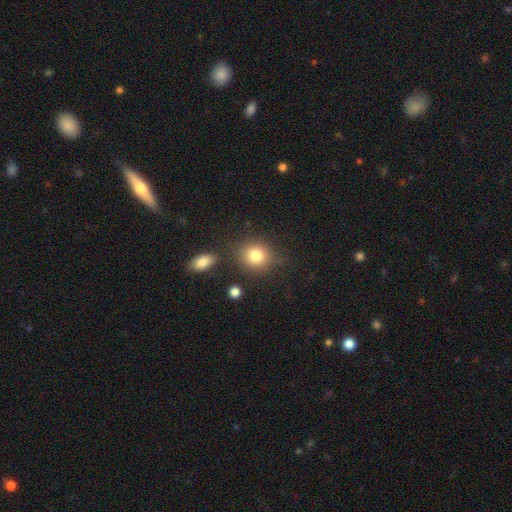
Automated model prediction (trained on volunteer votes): Overall: smooth (81%). How rounded: round (76%). Merging: none (78%).